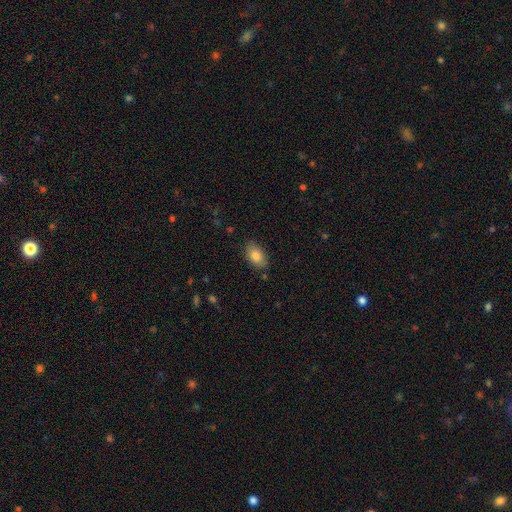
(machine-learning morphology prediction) Q: Smooth or featured?
A: smooth (83%); runner-up: featured or disk (9%)
Q: How rounded?
A: in between (91%); runner-up: round (7%)
Q: Merging?
A: none (82%); runner-up: minor disturbance (13%)